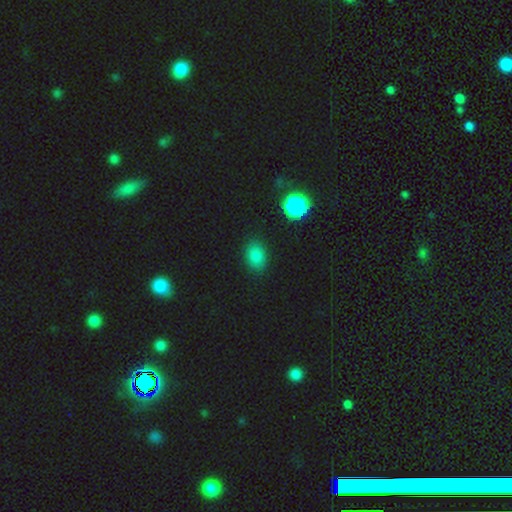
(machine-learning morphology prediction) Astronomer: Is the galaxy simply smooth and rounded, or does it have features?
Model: smooth — 83%.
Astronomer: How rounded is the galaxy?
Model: in between — 77%.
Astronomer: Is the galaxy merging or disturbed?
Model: none — 85%.